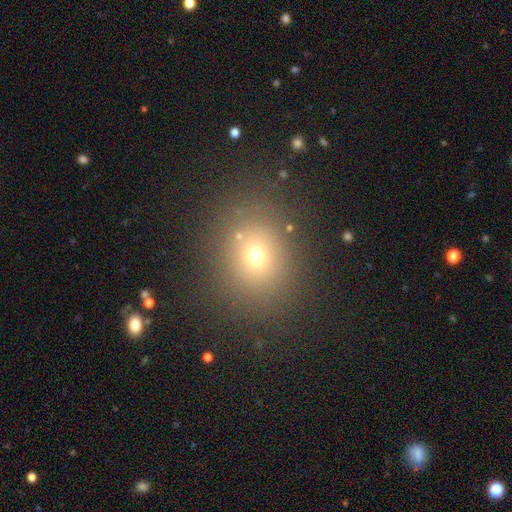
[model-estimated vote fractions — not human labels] smooth 65%, star or artifact 25%, featured or disk 10%. Down the decision tree: how rounded — round (69%); merging — none (84%).